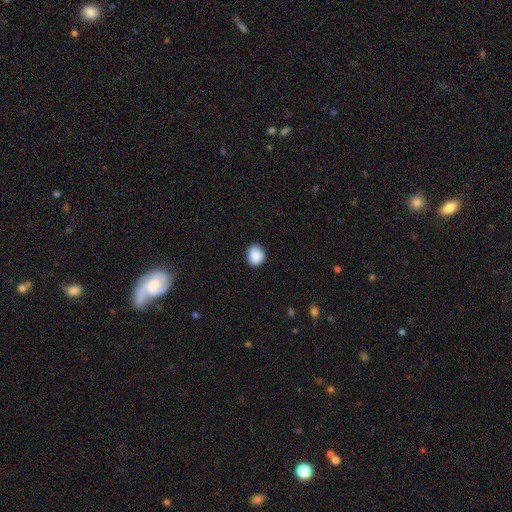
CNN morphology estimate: Smooth or featured? smooth (88%)
How rounded? round (69%)
Merging? none (88%)